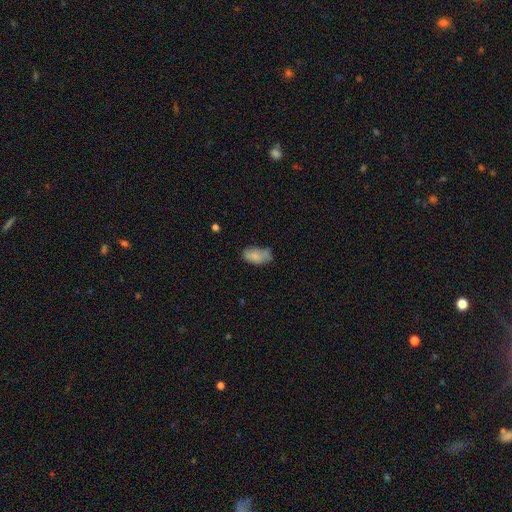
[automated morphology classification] Overall: smooth (80%). How rounded: in between (93%). Merging: none (55%; minor disturbance 32%).